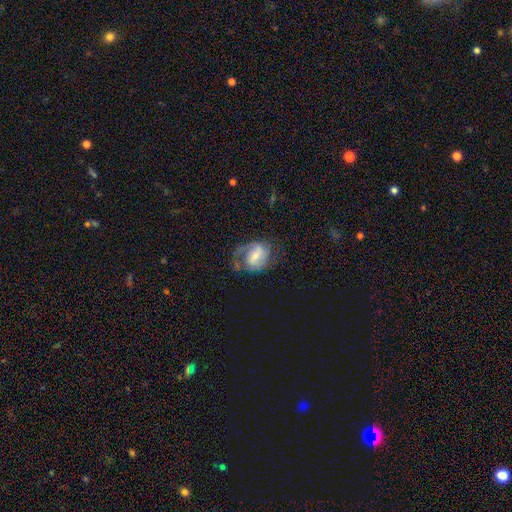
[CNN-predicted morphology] This is likely a featured or disk galaxy (66%). It is clearly not viewed edge-on (97%). Bar: possibly weak (48%). Spiral arm pattern: clearly yes (83%). Spiral arm count: possibly 2 (57%). Spiral winding: marginally medium (45%). Central bulge: marginally small (44%). Merging: possibly none (45%).